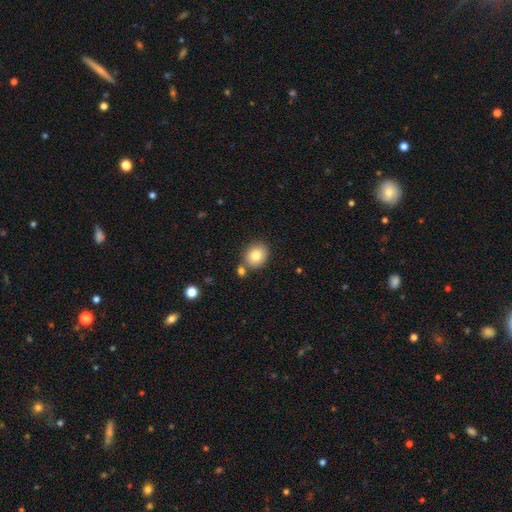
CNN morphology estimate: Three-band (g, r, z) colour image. It shows a smooth galaxy with no disk features (83%) that is round (60%). Merging: none (72%).